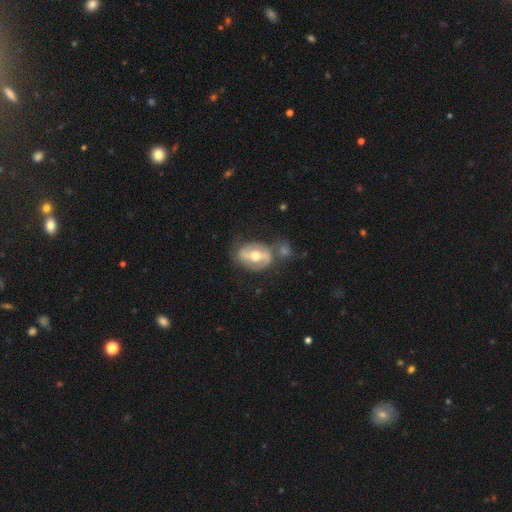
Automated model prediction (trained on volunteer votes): smooth-or-featured: featured or disk: 72% | smooth: 22% | star or artifact: 6%
  disk-edge-on: no: 93% | yes: 7%
    bar: strong: 55% | weak: 29% | no: 16%
    has-spiral-arms: yes: 66% | no: 34%
    bulge-size: moderate: 75% | small: 17% | large: 6% | dominant: 1% | none: 1%
  merging: none: 56% | minor disturbance: 19% | merger: 16% | major disturbance: 9%